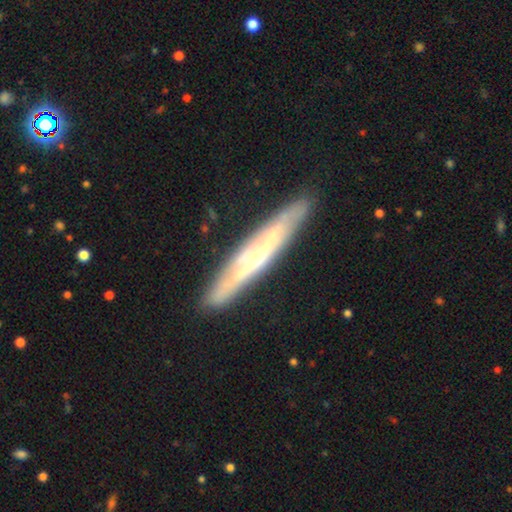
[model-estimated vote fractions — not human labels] Overall: featured or disk (71%). Edge-on disk: yes (77%). Edge-on bulge: rounded (56%; none 38%). Merging: none (87%).